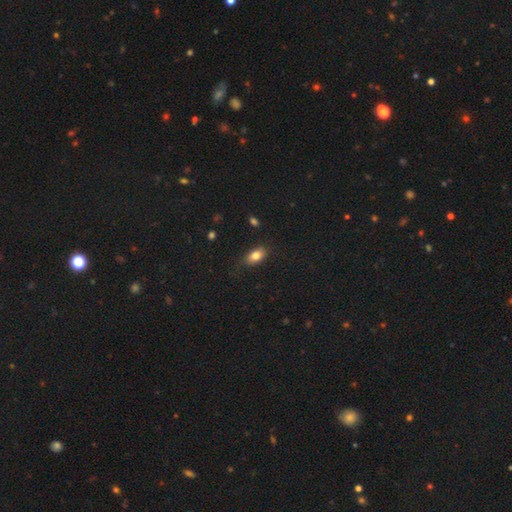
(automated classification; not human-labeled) A smooth galaxy with no disk features (81%) that is in between round and cigar-shaped (86%).

Vote fractions:
- Smooth or featured? smooth: 81% / featured or disk: 11% / star or artifact: 9%
- How rounded? in between: 86% / round: 9% / cigar-shaped: 4%
- Merging? none: 80% / minor disturbance: 15% / major disturbance: 3% / merger: 1%